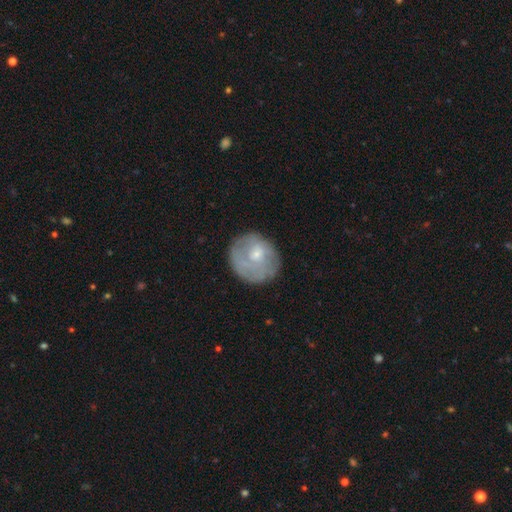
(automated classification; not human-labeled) smooth-or-featured: smooth: 50% | featured or disk: 42% | star or artifact: 8%
  how-rounded: round: 77% | in between: 22% | cigar-shaped: 1%
  merging: none: 68% | minor disturbance: 21% | major disturbance: 9% | merger: 2%